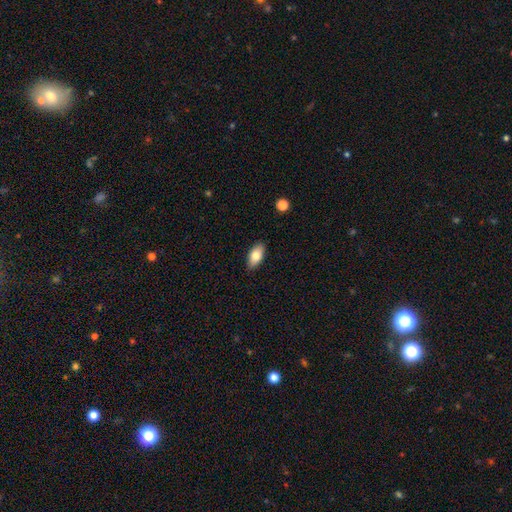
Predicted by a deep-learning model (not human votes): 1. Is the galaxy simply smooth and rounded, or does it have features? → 80% smooth, 13% featured or disk, 7% star or artifact.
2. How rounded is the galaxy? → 91% in between, 6% cigar-shaped, 3% round.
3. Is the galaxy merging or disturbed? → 88% none, 9% minor disturbance, 2% major disturbance, 1% merger.